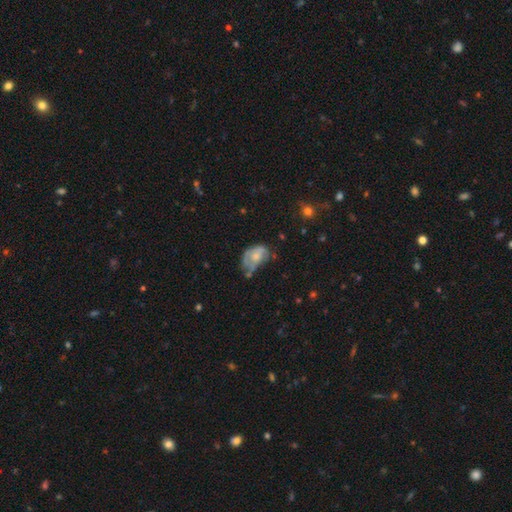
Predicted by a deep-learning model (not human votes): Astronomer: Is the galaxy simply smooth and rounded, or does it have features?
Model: smooth — 47% (runner-up: featured or disk, 45%).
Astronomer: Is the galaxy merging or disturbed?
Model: minor disturbance — 35% (runner-up: none, 30%).